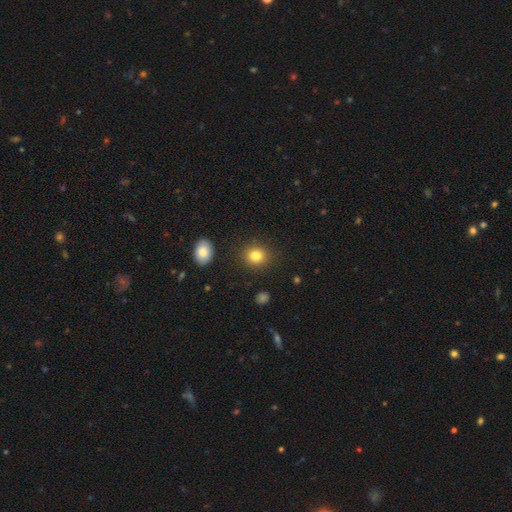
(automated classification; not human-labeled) A smooth galaxy with no disk features (83%) that is round (79%). Merging: none (88%).